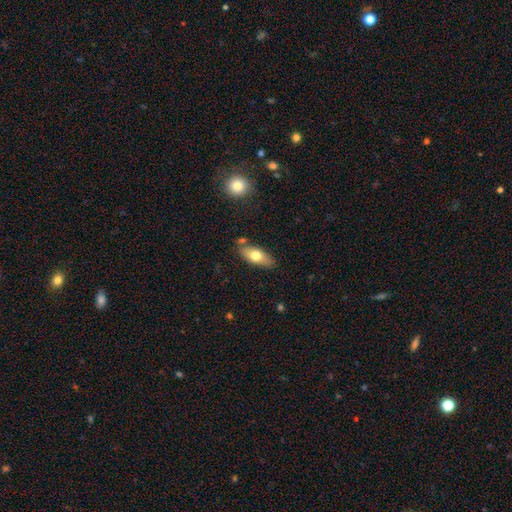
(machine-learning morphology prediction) This is likely a smooth galaxy (67%). How rounded: likely in between (78%). Merging: likely none (79%).